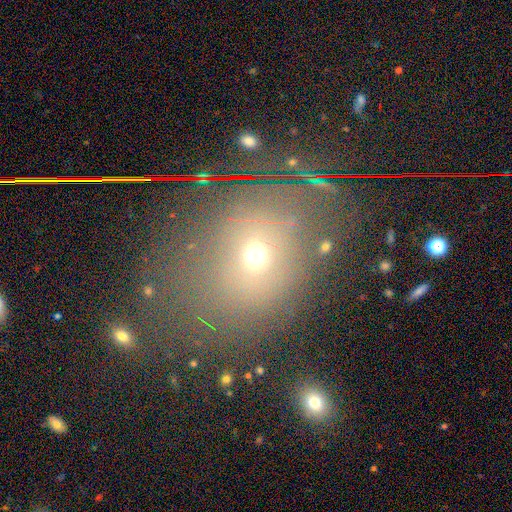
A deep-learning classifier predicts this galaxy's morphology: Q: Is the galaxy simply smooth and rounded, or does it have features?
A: smooth — 54%.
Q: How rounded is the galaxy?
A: in between — 56%.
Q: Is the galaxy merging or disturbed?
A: none — 71%.